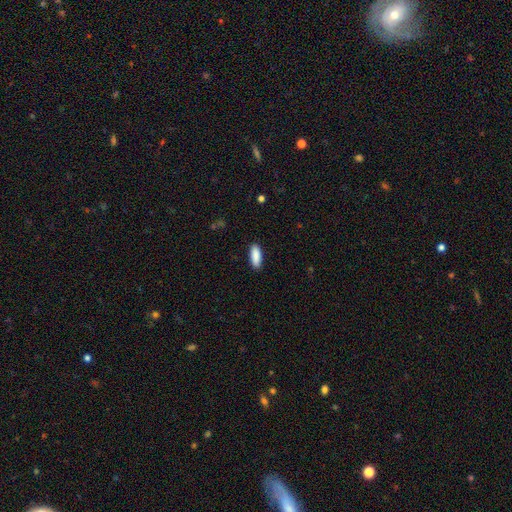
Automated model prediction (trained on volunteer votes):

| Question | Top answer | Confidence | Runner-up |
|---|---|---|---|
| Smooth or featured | smooth | 90% | star or artifact (6%) |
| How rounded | in between | 68% | cigar-shaped (31%) |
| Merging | none | 88% | minor disturbance (9%) |